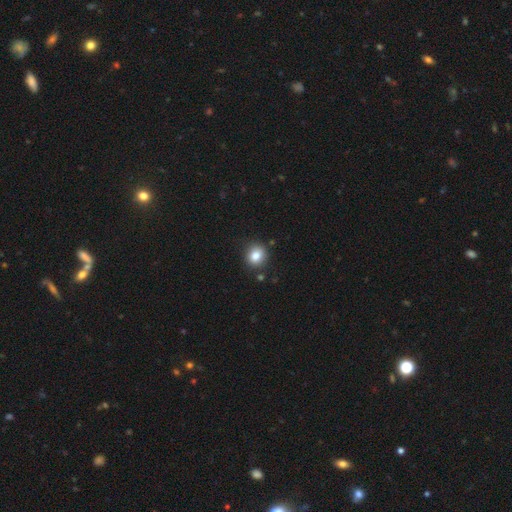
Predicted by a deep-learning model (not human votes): A smooth galaxy with no disk features (83%) that is round (75%).

Vote fractions:
- Smooth or featured? smooth: 83% / star or artifact: 10% / featured or disk: 7%
- How rounded? round: 75% / in between: 24% / cigar-shaped: 1%
- Merging? none: 85% / minor disturbance: 10% / merger: 3% / major disturbance: 2%